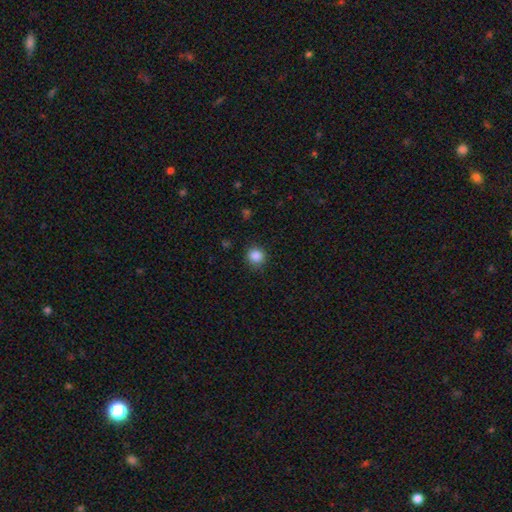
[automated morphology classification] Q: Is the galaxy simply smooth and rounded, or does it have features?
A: smooth — 87%.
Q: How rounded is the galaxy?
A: round — 92%.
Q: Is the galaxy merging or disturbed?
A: none — 88%.